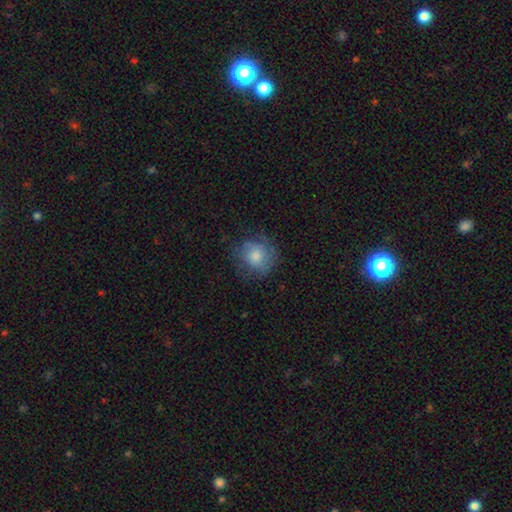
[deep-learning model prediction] Smooth or featured: smooth — 70% (featured or disk — 21%)
How rounded: round — 82% (in between — 17%)
Merging: none — 68% (minor disturbance — 21%)